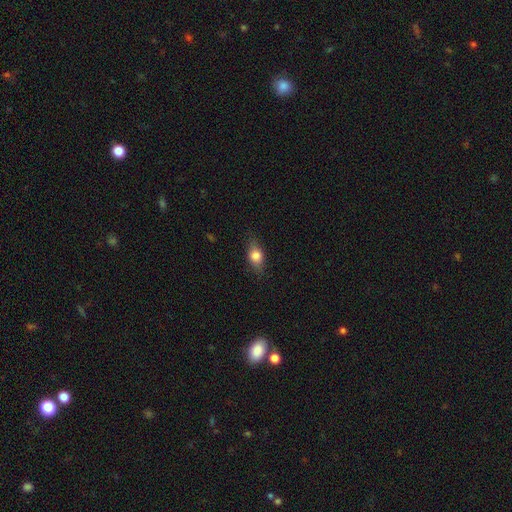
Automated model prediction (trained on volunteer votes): Smooth or featured?
  - smooth: 74% *
  - featured or disk: 18%
  - star or artifact: 8%
How rounded?
  - in between: 75% *
  - round: 17%
  - cigar-shaped: 9%
Merging?
  - none: 79% *
  - minor disturbance: 16%
  - major disturbance: 4%
  - merger: 1%